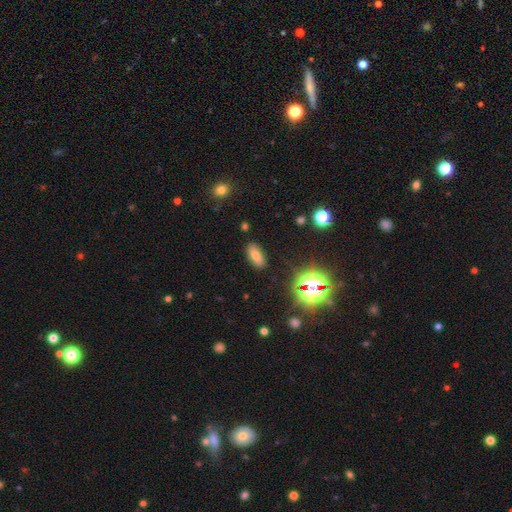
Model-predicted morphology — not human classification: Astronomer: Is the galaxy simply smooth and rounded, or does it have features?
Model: smooth — 69%.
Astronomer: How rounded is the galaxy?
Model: in between — 82%.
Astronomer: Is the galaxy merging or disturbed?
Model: none — 86%.